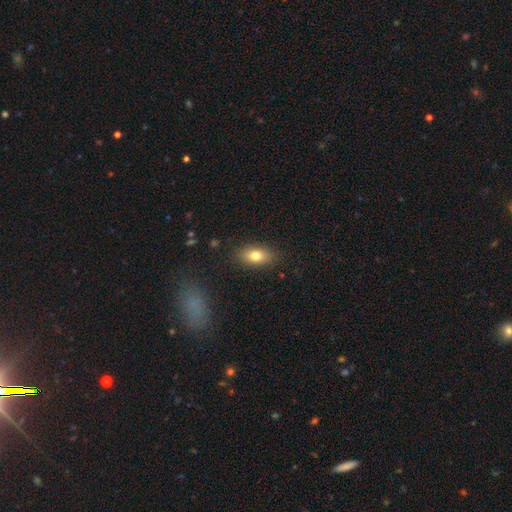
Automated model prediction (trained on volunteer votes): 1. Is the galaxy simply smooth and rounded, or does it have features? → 77% smooth, 14% featured or disk, 9% star or artifact.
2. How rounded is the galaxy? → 84% in between, 9% round, 6% cigar-shaped.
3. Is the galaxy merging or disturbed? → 85% none, 10% minor disturbance, 3% major disturbance, 1% merger.